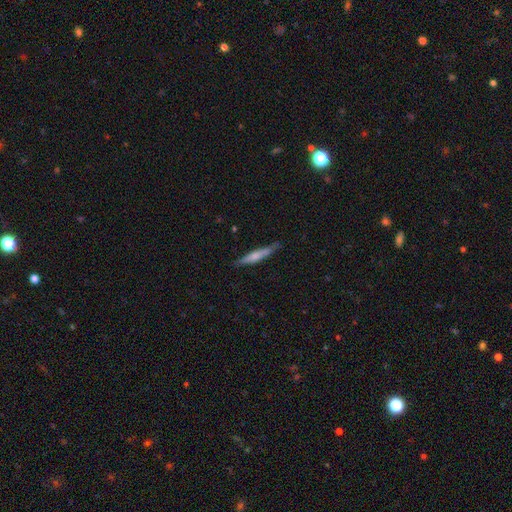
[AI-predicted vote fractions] smooth 55%, featured or disk 39%, star or artifact 6%. Down the decision tree: how rounded — cigar-shaped (92%); merging — none (80%).